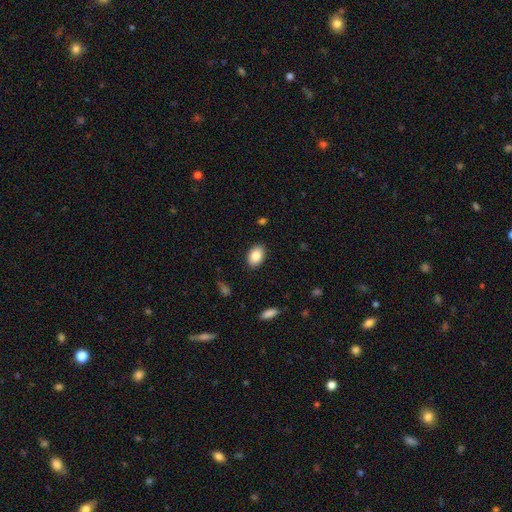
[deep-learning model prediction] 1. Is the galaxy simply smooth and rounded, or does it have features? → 87% smooth, 8% star or artifact, 6% featured or disk.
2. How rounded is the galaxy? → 85% in between, 14% round, 1% cigar-shaped.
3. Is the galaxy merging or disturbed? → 88% none, 9% minor disturbance, 2% major disturbance, 1% merger.